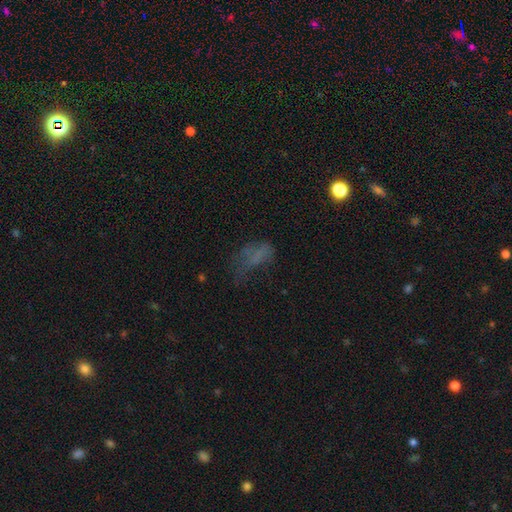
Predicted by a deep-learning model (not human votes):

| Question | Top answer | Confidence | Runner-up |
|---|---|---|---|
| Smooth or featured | smooth | 49% | featured or disk (26%) |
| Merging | major disturbance | 41% | none (33%) |